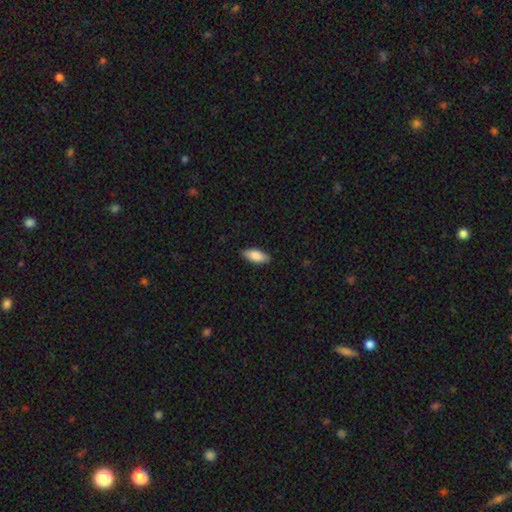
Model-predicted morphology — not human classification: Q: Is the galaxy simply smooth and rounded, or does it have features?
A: smooth — 85%.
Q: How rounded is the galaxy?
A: in between — 85%.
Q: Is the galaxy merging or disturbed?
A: none — 87%.